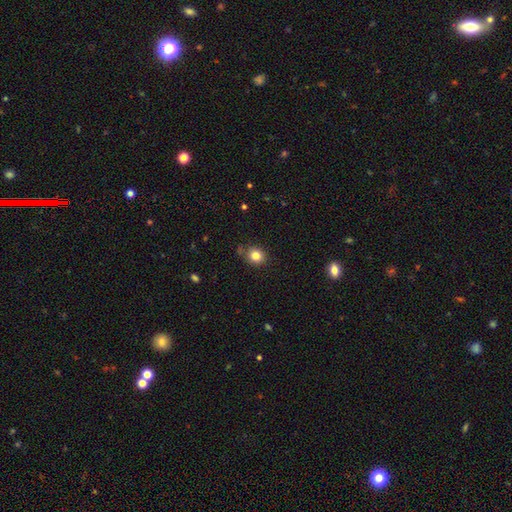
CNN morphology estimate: Q: Smooth or featured?
A: smooth (83%); runner-up: star or artifact (11%)
Q: How rounded?
A: round (79%); runner-up: in between (20%)
Q: Merging?
A: none (79%); runner-up: minor disturbance (13%)